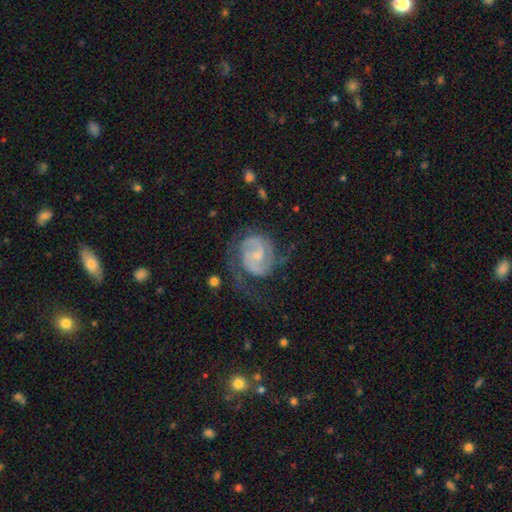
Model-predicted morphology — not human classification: Overall: featured or disk (86%). Edge-on disk: no (98%). Bar: no (47%; weak 43%). Spiral arms: yes (96%). Spiral arm count: 2 (77%). Spiral winding: tight (47%; medium 41%). Bulge size: small (63%; moderate 27%). Merging: none (58%; minor disturbance 21%).